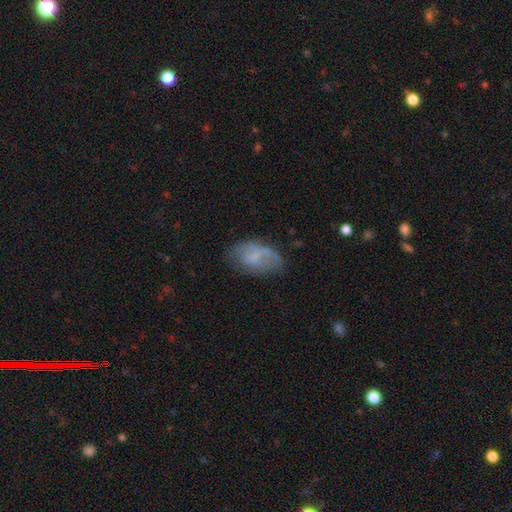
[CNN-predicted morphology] Q: Smooth or featured?
A: smooth (56%); runner-up: featured or disk (36%)
Q: How rounded?
A: in between (92%); runner-up: round (5%)
Q: Merging?
A: none (53%); runner-up: minor disturbance (30%)